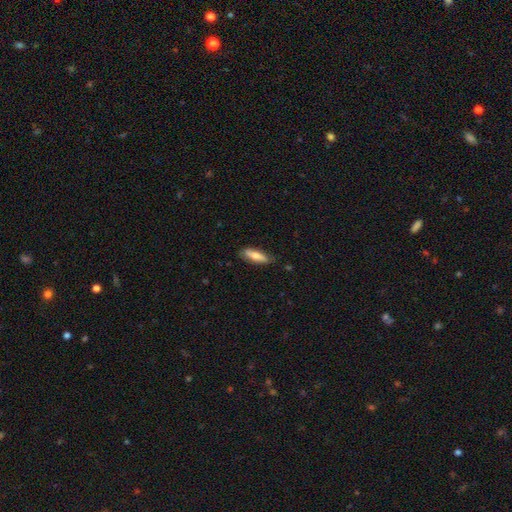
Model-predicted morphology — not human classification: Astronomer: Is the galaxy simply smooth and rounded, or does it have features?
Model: smooth — 68%.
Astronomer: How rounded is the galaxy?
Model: in between — 49%, tied with cigar-shaped at 49%.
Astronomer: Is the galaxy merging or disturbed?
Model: none — 78%.